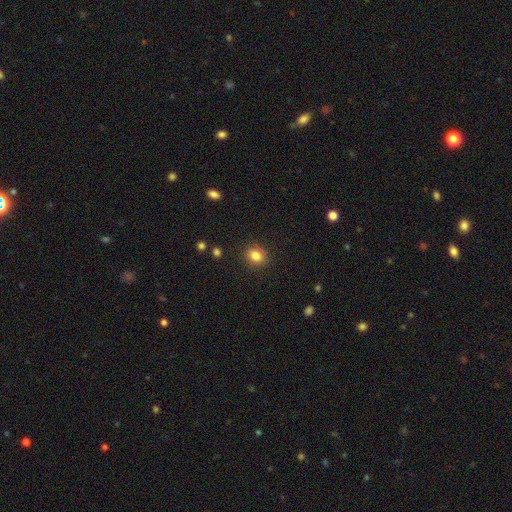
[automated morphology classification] This is clearly a smooth galaxy (83%). How rounded: possibly round (59%). Merging: clearly none (86%).